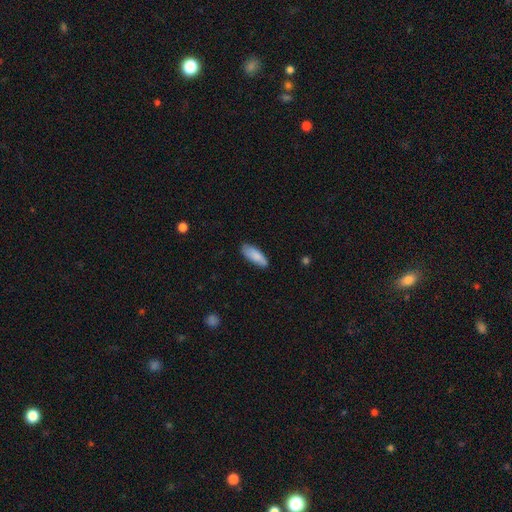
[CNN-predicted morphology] A smooth galaxy with no disk features (85%) that is in between round and cigar-shaped (71%). Merging: none (79%).